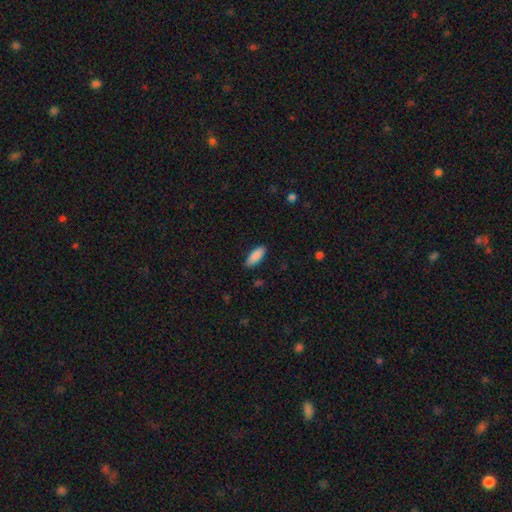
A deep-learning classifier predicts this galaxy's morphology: Smooth or featured: smooth — 89% (star or artifact — 6%)
How rounded: in between — 74% (cigar-shaped — 24%)
Merging: none — 86% (minor disturbance — 11%)